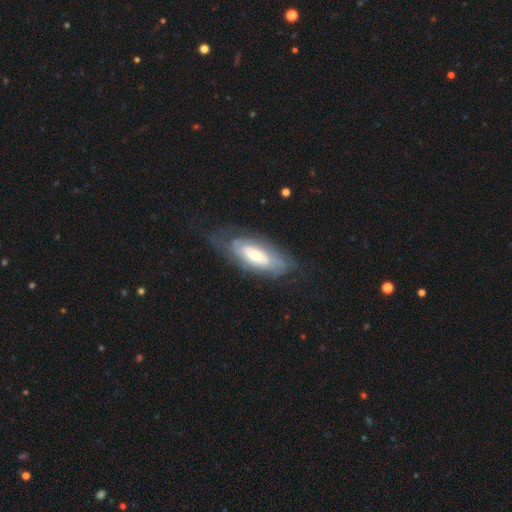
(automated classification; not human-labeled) Q: Smooth or featured?
A: featured or disk (59%); runner-up: smooth (35%)
Q: Edge-on disk?
A: no (82%); runner-up: yes (18%)
Q: Merging?
A: none (59%); runner-up: minor disturbance (24%)